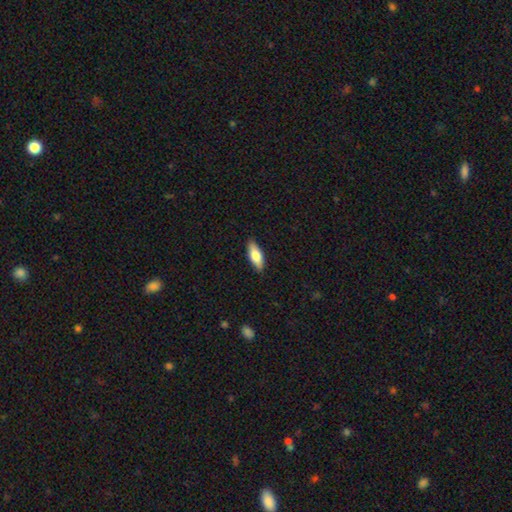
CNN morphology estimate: This appears to be a smooth galaxy with no disk features (72%) that is in between round and cigar-shaped (70%). Merging: none (88%).